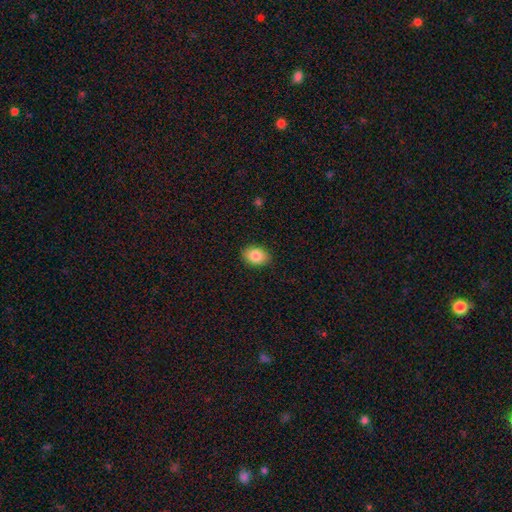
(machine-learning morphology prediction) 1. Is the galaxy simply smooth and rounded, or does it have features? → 84% smooth, 8% star or artifact, 8% featured or disk.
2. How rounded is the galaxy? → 76% in between, 23% round, 1% cigar-shaped.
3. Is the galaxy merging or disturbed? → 88% none, 9% minor disturbance, 2% major disturbance, 1% merger.